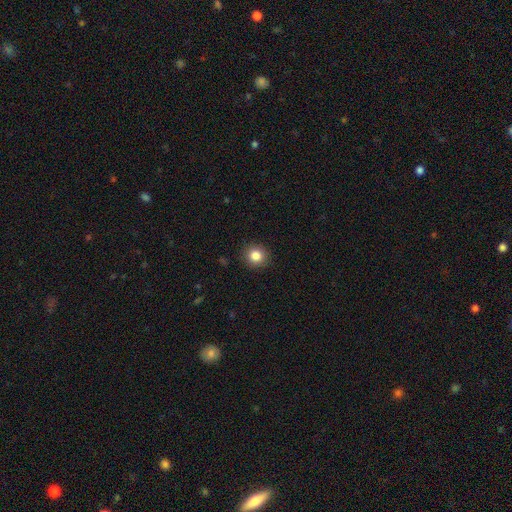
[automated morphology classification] Smooth or featured? smooth (85%)
How rounded? round (90%)
Merging? none (90%)